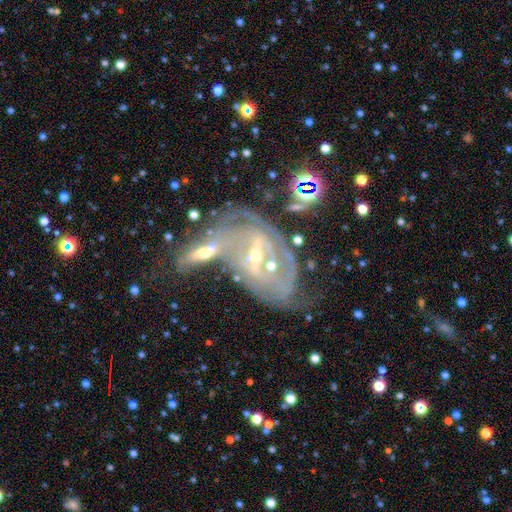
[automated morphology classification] Smooth or featured? featured or disk (81%)
Edge-on disk? no (94%)
Bar? weak (42%)
Spiral arms? yes (93%)
Spiral winding? tight (66%)
Spiral arm count? can't tell (38%)
Bulge size? small (62%)
Merging? merger (43%)